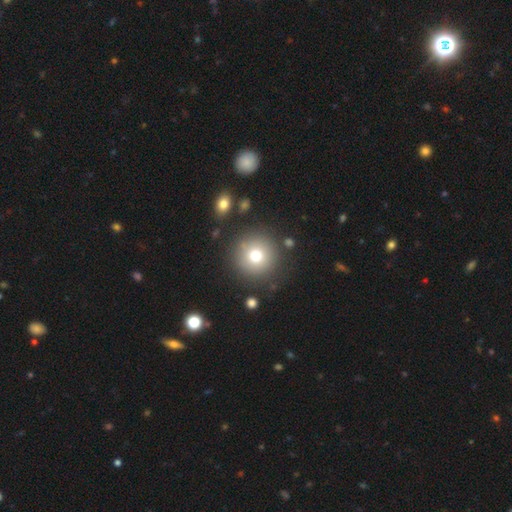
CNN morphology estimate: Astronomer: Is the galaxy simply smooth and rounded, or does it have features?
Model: smooth — 74%.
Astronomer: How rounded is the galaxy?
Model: round — 95%.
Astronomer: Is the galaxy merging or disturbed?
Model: none — 86%.